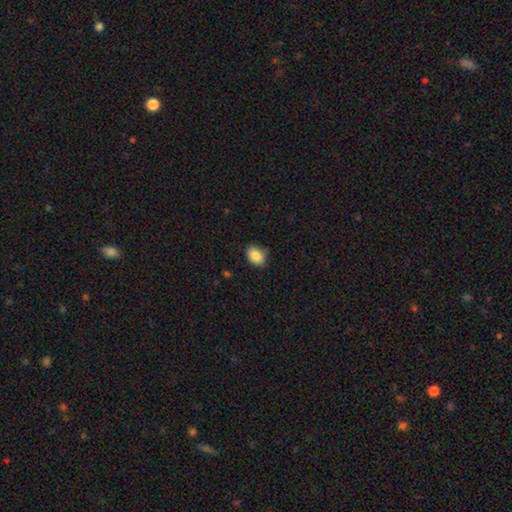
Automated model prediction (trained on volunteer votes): Smooth or featured? smooth (87%)
How rounded? in between (78%)
Merging? none (76%)